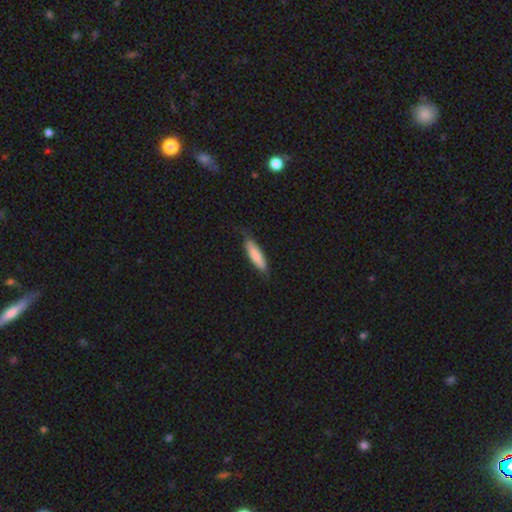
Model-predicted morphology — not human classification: smooth 81%, featured or disk 14%, star or artifact 5%. Down the decision tree: how rounded — cigar-shaped (65%); merging — none (75%).